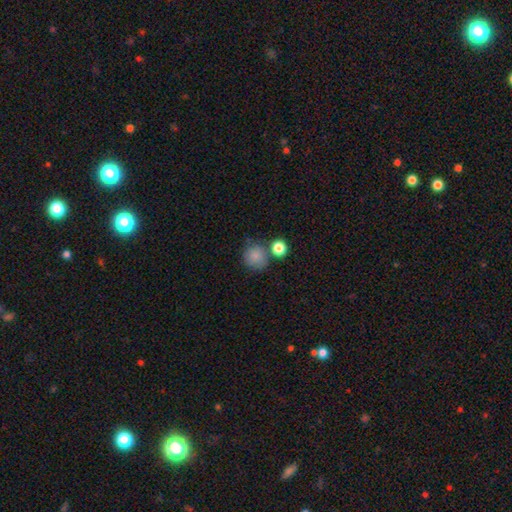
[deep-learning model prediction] A smooth galaxy with no disk features (84%) that is round (91%). Merging: none (67%).